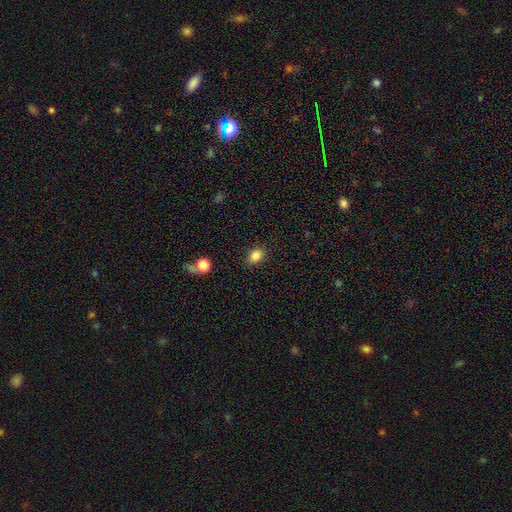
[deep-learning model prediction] Morphology: type=smooth (85%); roundness=in between (66%); merging=none (85%).